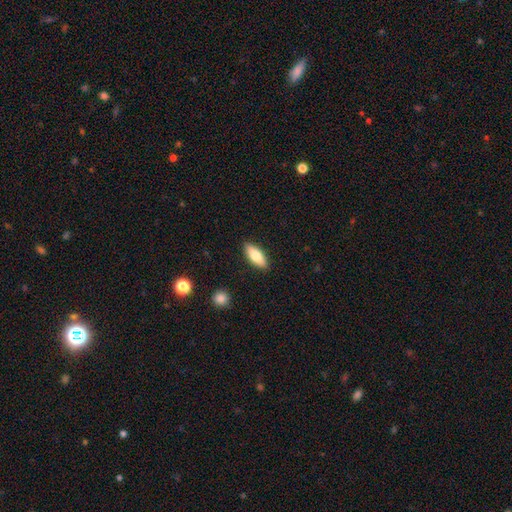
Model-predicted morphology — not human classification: The model was most divided on "how rounded": in between: 74%, cigar-shaped: 23%, round: 2%. More confident: merging — none (88%); smooth or featured — smooth (76%).